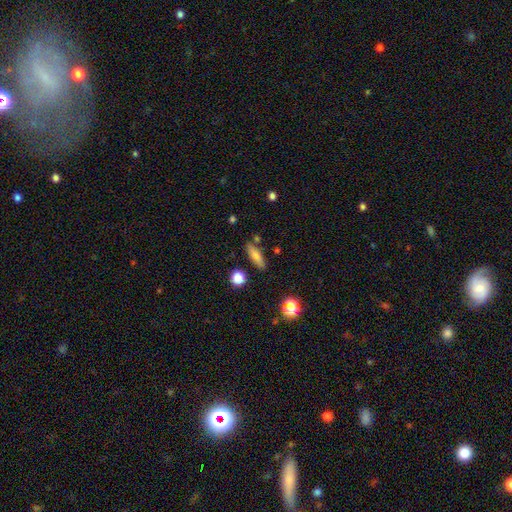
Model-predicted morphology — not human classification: The model was most divided on "how rounded": cigar-shaped: 50%, in between: 45%, round: 5%. More confident: merging — none (80%); smooth or featured — smooth (74%).